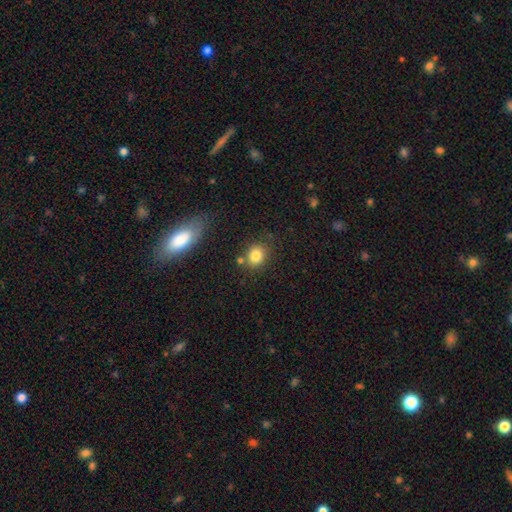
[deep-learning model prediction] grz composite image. It shows a smooth galaxy with no disk features (82%) that is round (66%). Merging: none (73%).